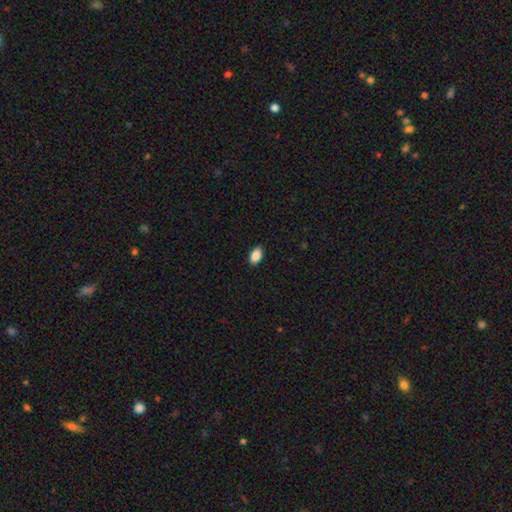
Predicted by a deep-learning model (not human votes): A smooth galaxy with no disk features (89%) that is in between round and cigar-shaped (92%).

Vote fractions:
- Smooth or featured? smooth: 89% / star or artifact: 8% / featured or disk: 4%
- How rounded? in between: 92% / round: 6% / cigar-shaped: 2%
- Merging? none: 89% / minor disturbance: 9% / major disturbance: 2% / merger: 1%